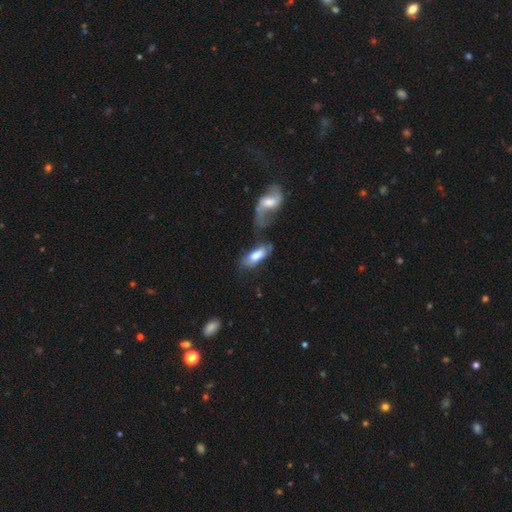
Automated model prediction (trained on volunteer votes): This is likely a smooth galaxy (63%). How rounded: clearly in between (83%). Merging: marginally none (35%).